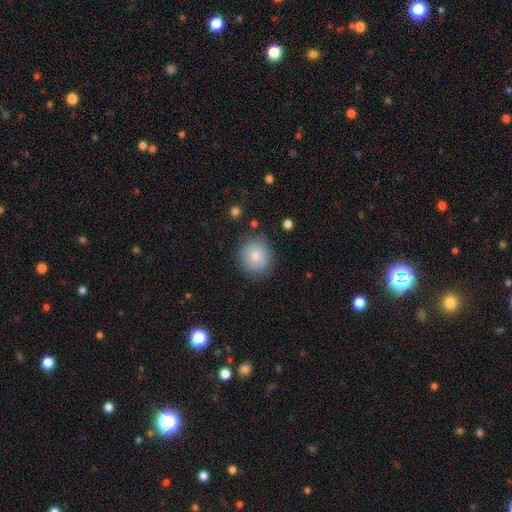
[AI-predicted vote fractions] smooth_or_featured: smooth (p=0.81) [alt: featured or disk p=0.11]
how_rounded: round (p=0.85) [alt: in between p=0.14]
merging: none (p=0.81) [alt: minor disturbance p=0.14]